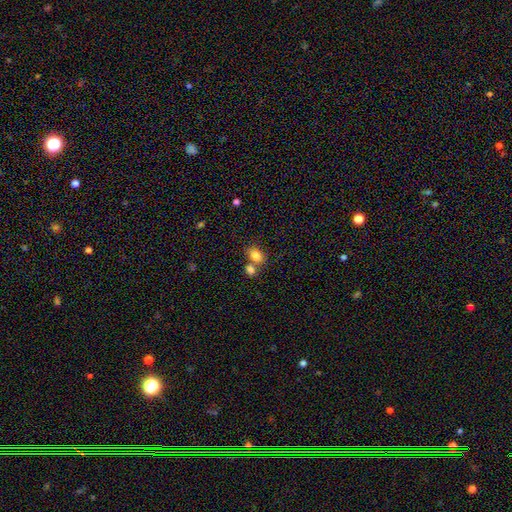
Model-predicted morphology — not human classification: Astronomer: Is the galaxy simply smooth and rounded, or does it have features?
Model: smooth — 82%.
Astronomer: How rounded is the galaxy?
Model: in between — 71%.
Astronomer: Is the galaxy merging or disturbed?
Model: none — 47% (runner-up: merger, 39%).